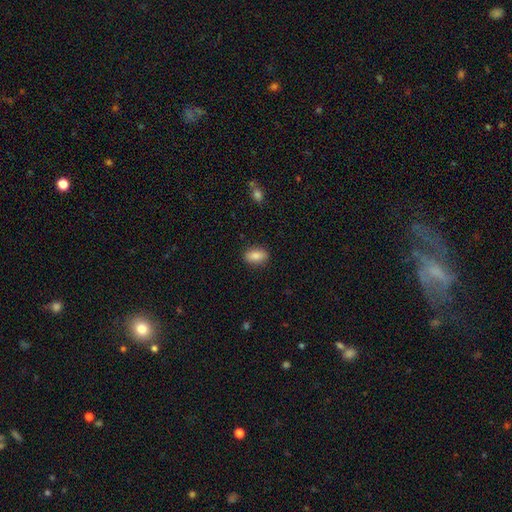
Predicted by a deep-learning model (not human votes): Smooth or featured? smooth (86%)
How rounded? in between (88%)
Merging? none (88%)